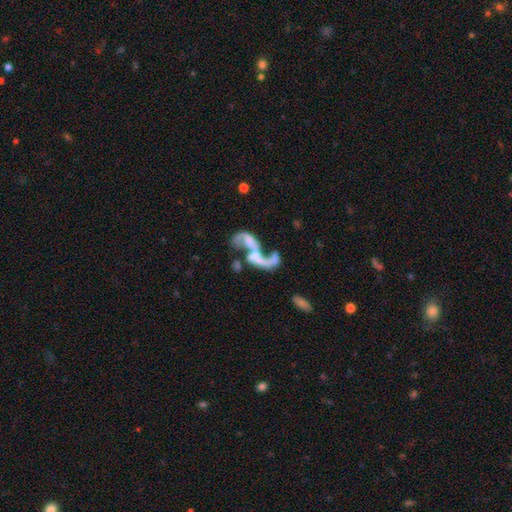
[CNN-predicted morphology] smooth_or_featured: featured or disk (p=0.77) [alt: smooth p=0.13]
disk_edge_on: no (p=0.94) [alt: yes p=0.06]
bar: no (p=0.57) [alt: weak p=0.30]
has_spiral_arms: yes (p=0.76) [alt: no p=0.24]
spiral_winding: loose (p=0.86) [alt: medium p=0.11]
spiral_arm_count: 2 (p=0.74) [alt: 1 p=0.18]
bulge_size: none (p=0.33) [alt: small p=0.32]
merging: merger (p=0.53) [alt: major disturbance p=0.19]